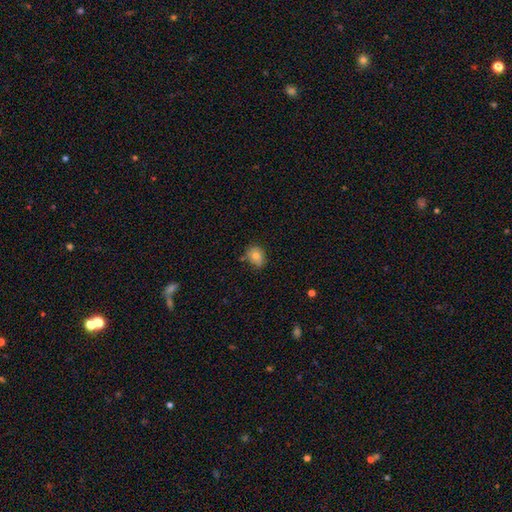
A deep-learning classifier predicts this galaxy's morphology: Smooth or featured?
  - smooth: 78% *
  - featured or disk: 12%
  - star or artifact: 10%
How rounded?
  - round: 53% *
  - in between: 46%
  - cigar-shaped: 1%
Merging?
  - none: 66% *
  - minor disturbance: 26%
  - major disturbance: 4%
  - merger: 4%